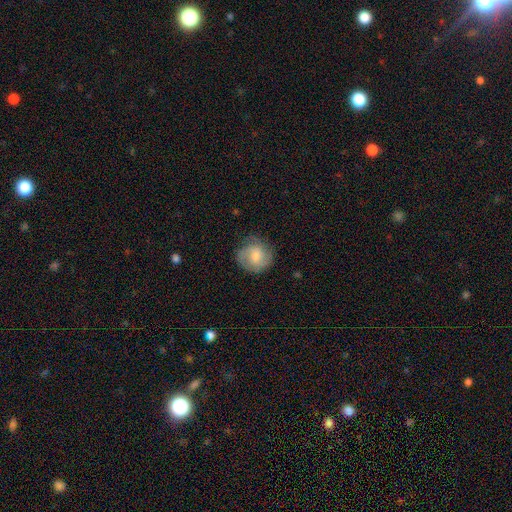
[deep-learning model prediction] Overall: smooth (49%; featured or disk 44%). Merging: none (71%).